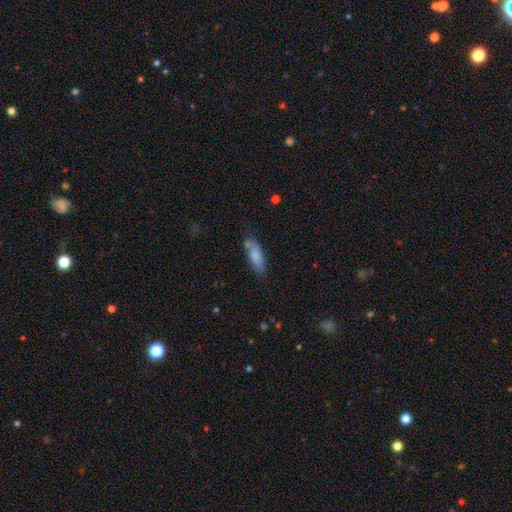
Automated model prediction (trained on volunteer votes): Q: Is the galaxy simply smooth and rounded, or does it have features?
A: smooth — 82%.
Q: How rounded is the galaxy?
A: in between — 63%.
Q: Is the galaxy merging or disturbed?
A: none — 62%.